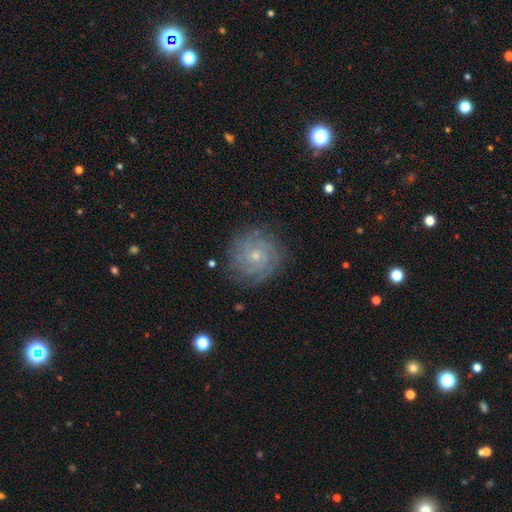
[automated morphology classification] featured or disk 76%, smooth 15%, star or artifact 9%. Down the decision tree: edge-on disk — no (97%); bar — no (77%); spiral arms — yes (93%); spiral arm count — can't tell (41%); spiral winding — tight (76%); bulge size — small (65%); merging — none (80%).